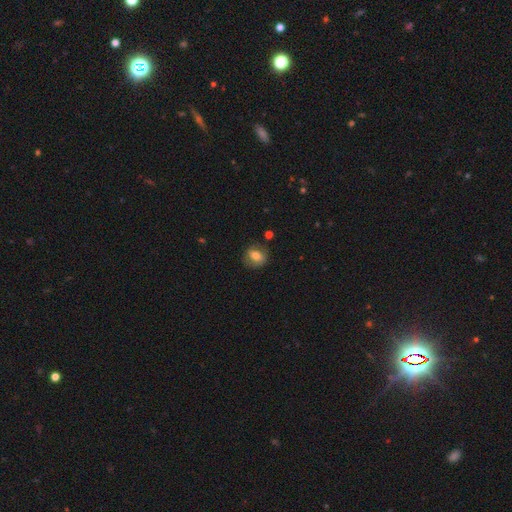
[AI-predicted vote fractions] Morphology: type=smooth (65%); roundness=round (61%); merging=none (76%).